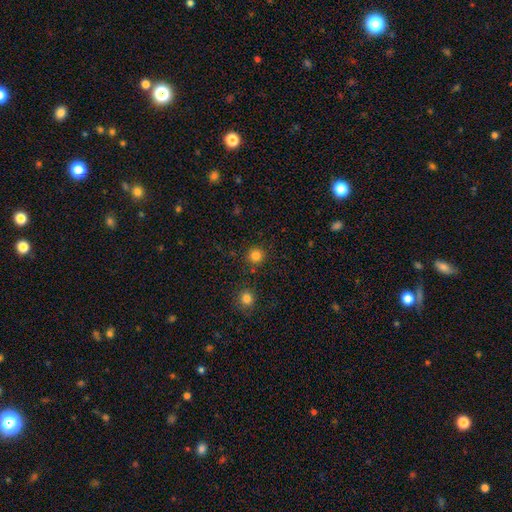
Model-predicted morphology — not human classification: This is clearly a smooth galaxy (83%). How rounded: clearly round (95%). Merging: clearly none (88%).